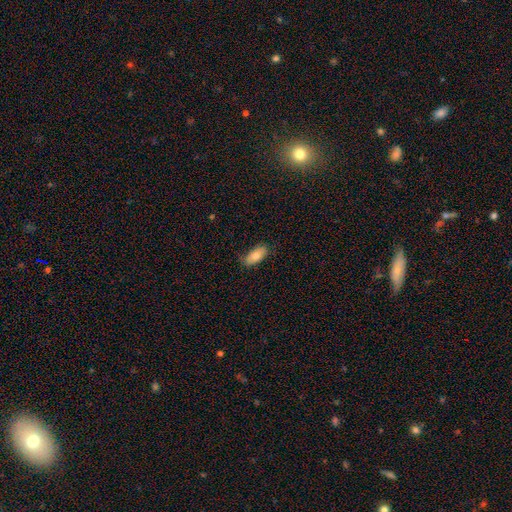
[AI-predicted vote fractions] This appears to be a smooth galaxy with no disk features (82%) that is in between round and cigar-shaped (85%). Merging: none (75%).